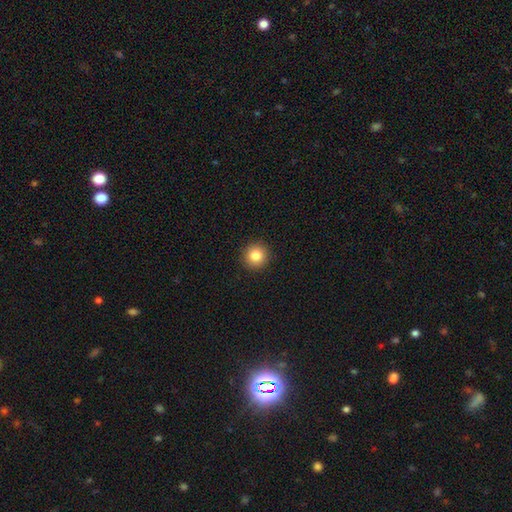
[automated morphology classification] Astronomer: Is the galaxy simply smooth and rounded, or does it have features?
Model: smooth — 84%.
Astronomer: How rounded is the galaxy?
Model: round — 94%.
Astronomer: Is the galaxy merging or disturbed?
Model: none — 93%.